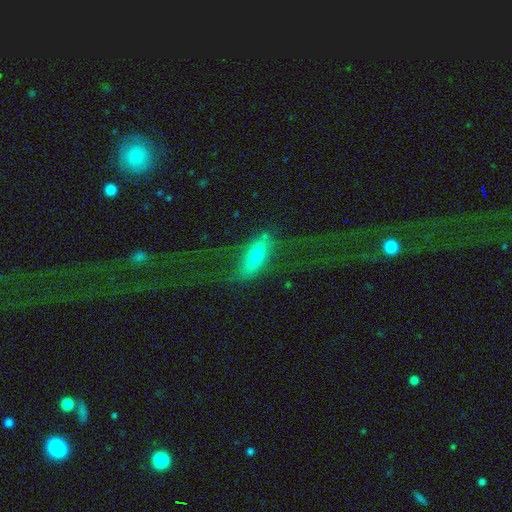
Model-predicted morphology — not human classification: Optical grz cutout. It shows a smooth galaxy with no disk features (54%) that is in between round and cigar-shaped (49%). Merging: none (63%).